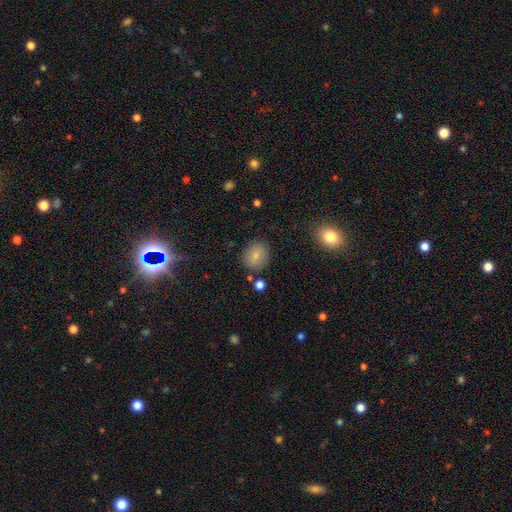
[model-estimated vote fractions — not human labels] Morphology: type=smooth (78%); roundness=round (69%); merging=none (83%).